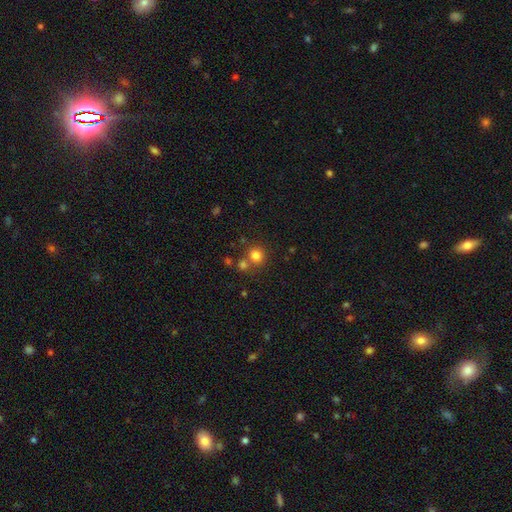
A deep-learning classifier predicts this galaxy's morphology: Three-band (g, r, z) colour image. It shows a smooth galaxy with no disk features (78%) that is round (90%). Merging: none (67%).